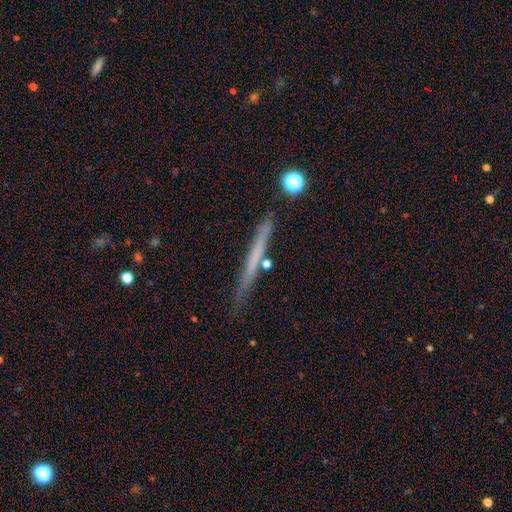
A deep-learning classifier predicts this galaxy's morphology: This appears to be a smooth galaxy with no disk features (49%). Merging: none (84%).